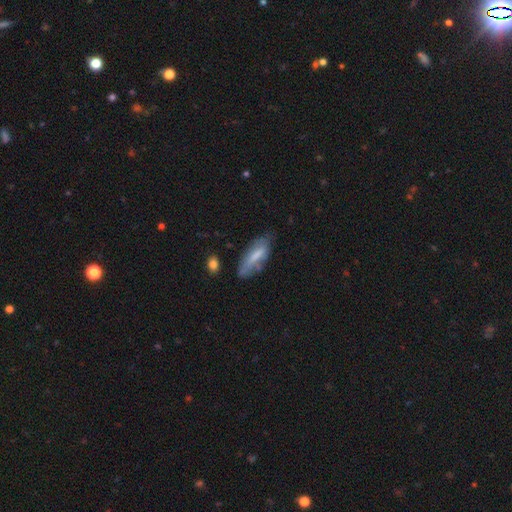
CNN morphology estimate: This appears to be a smooth galaxy with no disk features (63%) that is in between round and cigar-shaped (57%). Merging: none (54%).